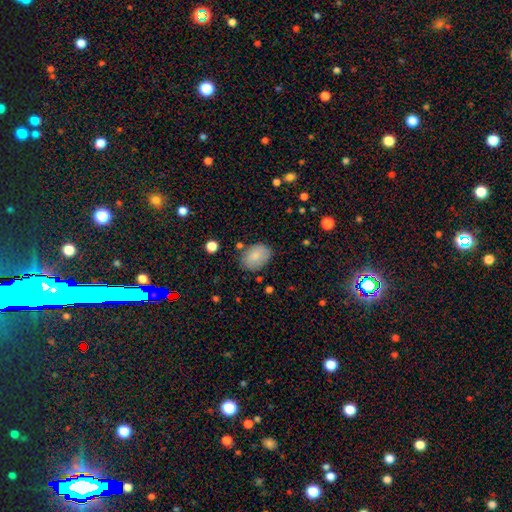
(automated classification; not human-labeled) smooth 84%, featured or disk 9%, star or artifact 7%. Down the decision tree: how rounded — in between (67%); merging — none (77%).